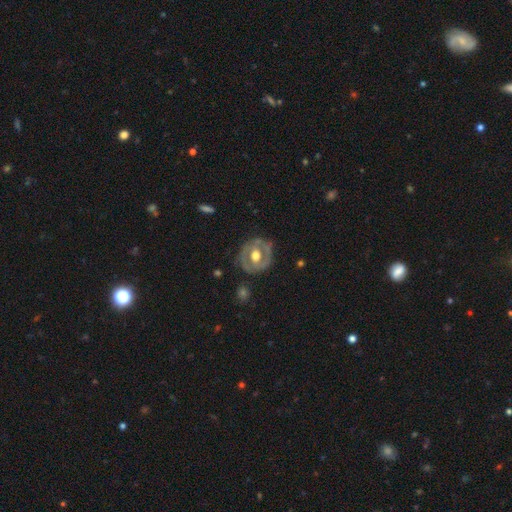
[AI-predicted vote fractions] Smooth or featured?
  - featured or disk: 66% *
  - smooth: 29%
  - star or artifact: 5%
Edge-on disk?
  - no: 95% *
  - yes: 5%
Bar?
  - no: 58% *
  - weak: 30%
  - strong: 12%
Spiral arms?
  - no: 66% *
  - yes: 34%
Bulge size?
  - moderate: 69% *
  - large: 23%
  - small: 5%
  - dominant: 1%
  - none: 1%
Merging?
  - none: 73% *
  - minor disturbance: 18%
  - major disturbance: 7%
  - merger: 2%